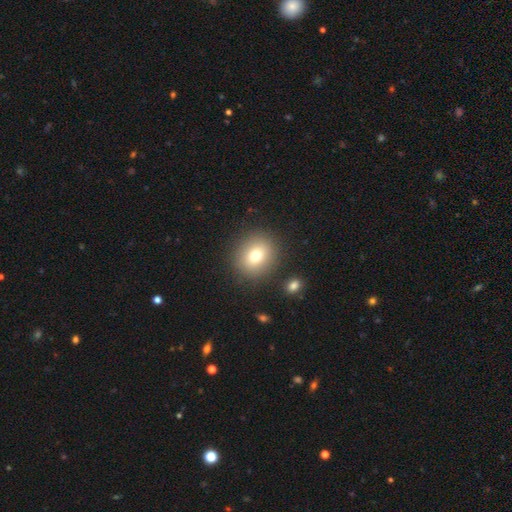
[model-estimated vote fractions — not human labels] This is likely a smooth galaxy (75%). How rounded: likely round (76%). Merging: clearly none (86%).